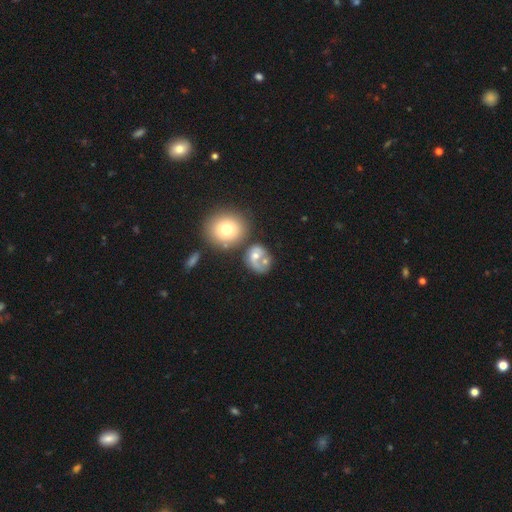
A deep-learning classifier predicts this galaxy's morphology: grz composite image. It shows a smooth galaxy with no disk features (52%) that is round (66%). Merging: none (34%).